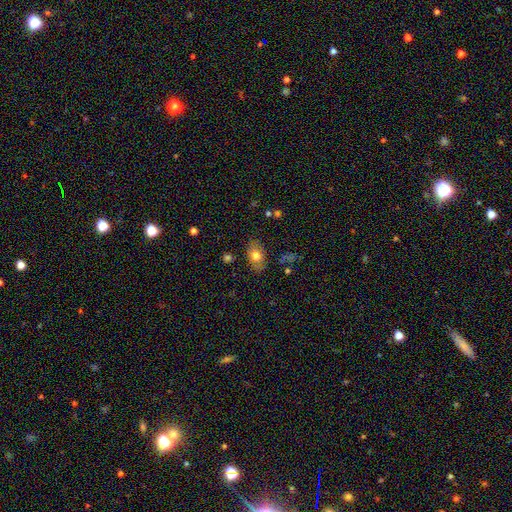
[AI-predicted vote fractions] Q: Smooth or featured?
A: smooth (75%); runner-up: featured or disk (17%)
Q: How rounded?
A: in between (83%); runner-up: round (15%)
Q: Merging?
A: none (80%); runner-up: minor disturbance (14%)